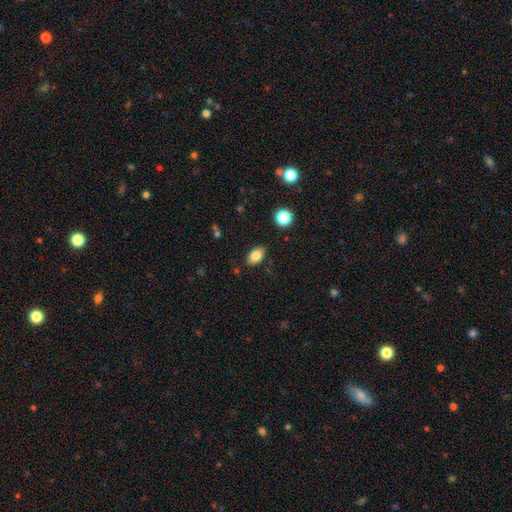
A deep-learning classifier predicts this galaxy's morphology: Overall: smooth (83%). How rounded: in between (88%). Merging: none (85%).